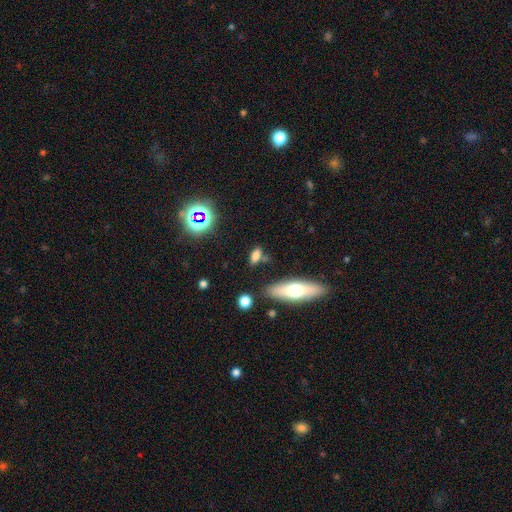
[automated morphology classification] smooth_or_featured: smooth (p=0.68) [alt: featured or disk p=0.17]
how_rounded: in between (p=0.64) [alt: cigar-shaped p=0.28]
merging: none (p=0.72) [alt: minor disturbance p=0.13]